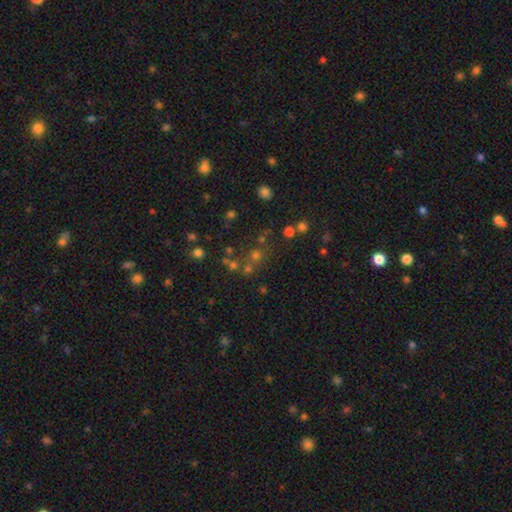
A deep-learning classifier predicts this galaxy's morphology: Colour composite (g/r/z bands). It shows a star or artifact, not a galaxy (50%).